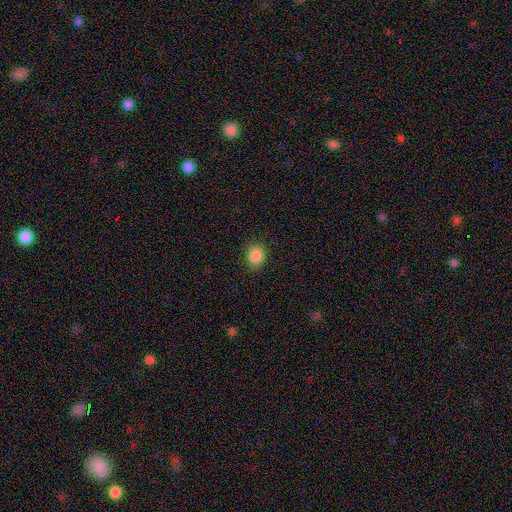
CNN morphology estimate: Smooth or featured?
  - smooth: 87% *
  - star or artifact: 9%
  - featured or disk: 4%
How rounded?
  - round: 59% *
  - in between: 40%
  - cigar-shaped: 1%
Merging?
  - none: 86% *
  - minor disturbance: 10%
  - major disturbance: 3%
  - merger: 1%